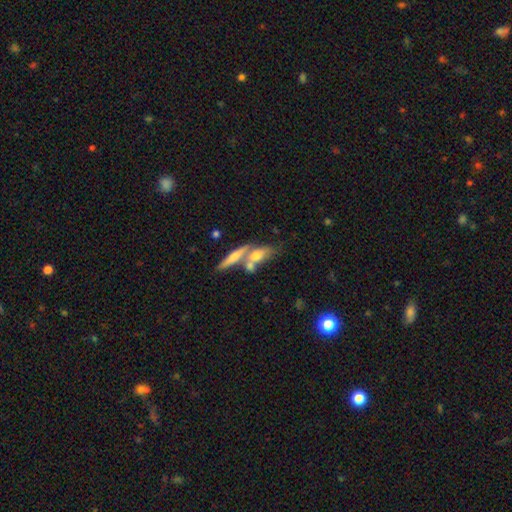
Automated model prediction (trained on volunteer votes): Morphology: type=smooth (50%); merging=merger (45%).